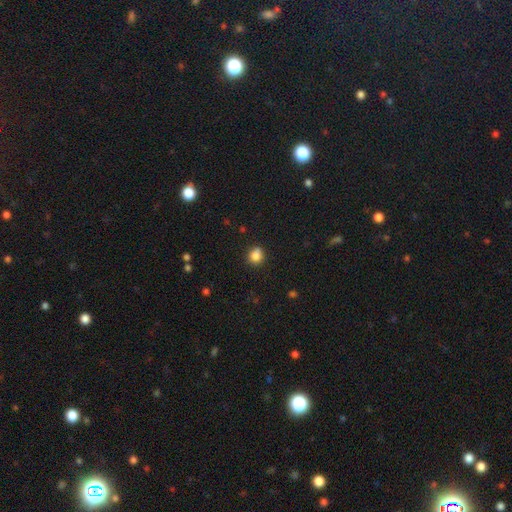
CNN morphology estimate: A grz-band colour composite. It shows a smooth galaxy with no disk features (84%) that is round (77%). Merging: none (80%).